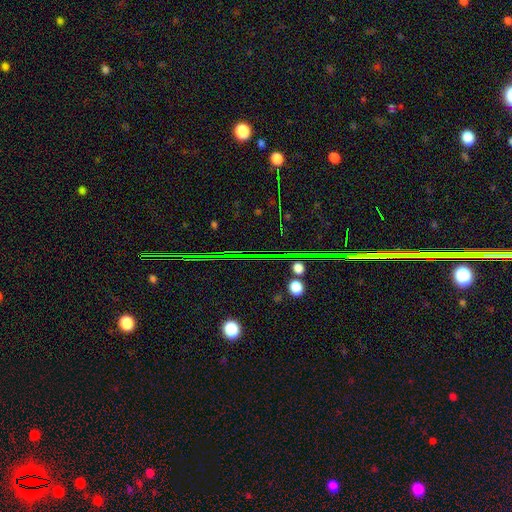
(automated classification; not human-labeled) Smooth or featured? Predicted: star or artifact (p=0.83).